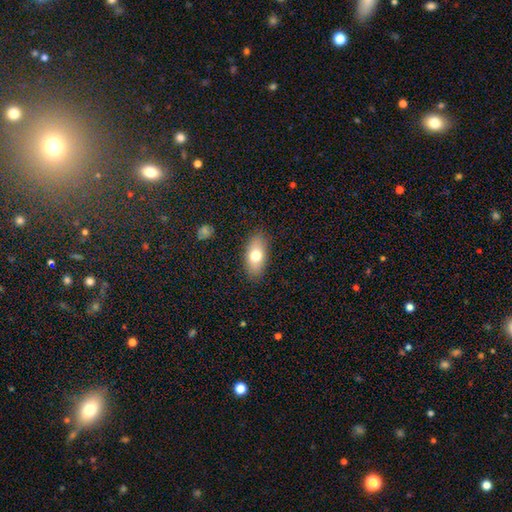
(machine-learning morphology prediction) Smooth or featured?
  - smooth: 72% *
  - featured or disk: 21%
  - star or artifact: 8%
How rounded?
  - in between: 86% *
  - cigar-shaped: 8%
  - round: 5%
Merging?
  - none: 85% *
  - minor disturbance: 11%
  - major disturbance: 3%
  - merger: 1%